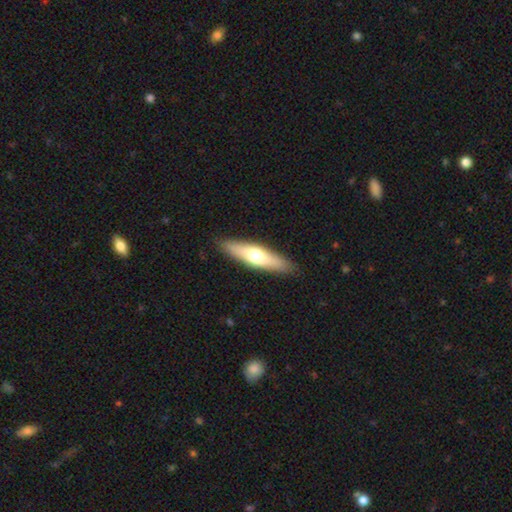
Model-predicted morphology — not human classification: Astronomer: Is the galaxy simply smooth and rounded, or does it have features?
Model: smooth — 57% (runner-up: featured or disk, 38%).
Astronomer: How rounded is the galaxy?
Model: cigar-shaped — 69%.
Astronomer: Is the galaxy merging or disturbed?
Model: none — 89%.